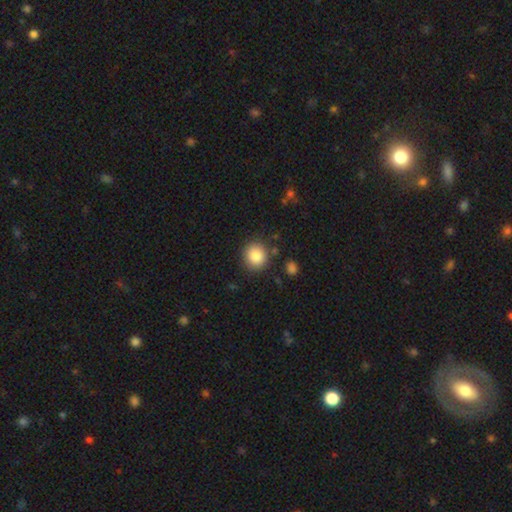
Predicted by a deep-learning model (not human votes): Morphology: type=smooth (85%); roundness=round (86%); merging=none (86%).